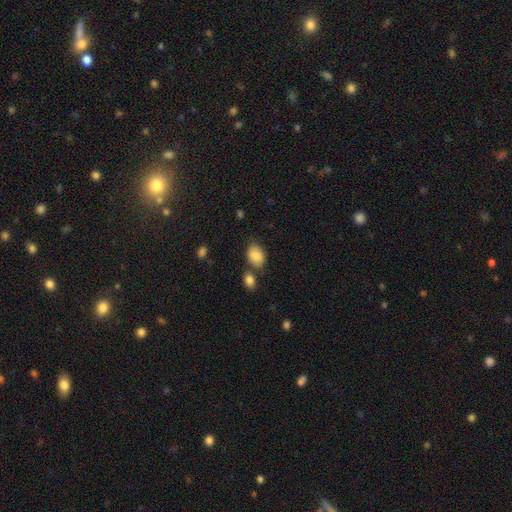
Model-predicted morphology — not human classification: Smooth or featured? Predicted: smooth (p=0.86). How rounded? Predicted: in between (p=0.82). Merging? Predicted: none (p=0.62).